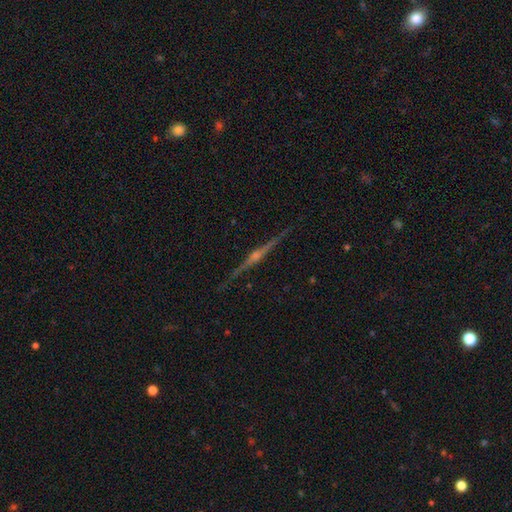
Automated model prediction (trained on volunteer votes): A featured or disk galaxy (87%) viewed edge-on (98%) with a rounded central bulge (89%). Merging: none (90%).